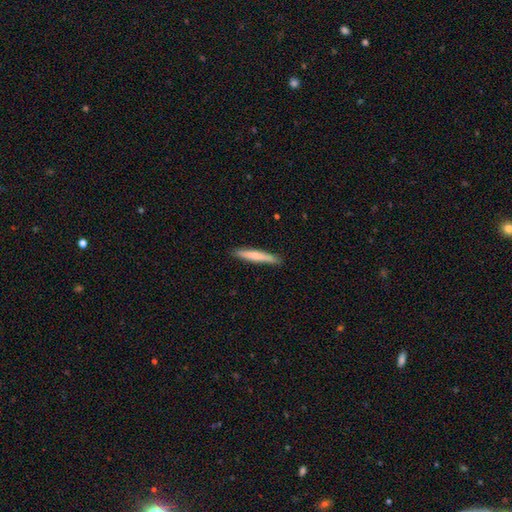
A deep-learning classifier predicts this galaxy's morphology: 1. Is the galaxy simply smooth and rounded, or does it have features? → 68% smooth, 27% featured or disk, 5% star or artifact.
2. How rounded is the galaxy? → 95% cigar-shaped, 4% in between, 1% round.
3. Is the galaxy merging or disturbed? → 89% none, 8% minor disturbance, 1% major disturbance, 1% merger.